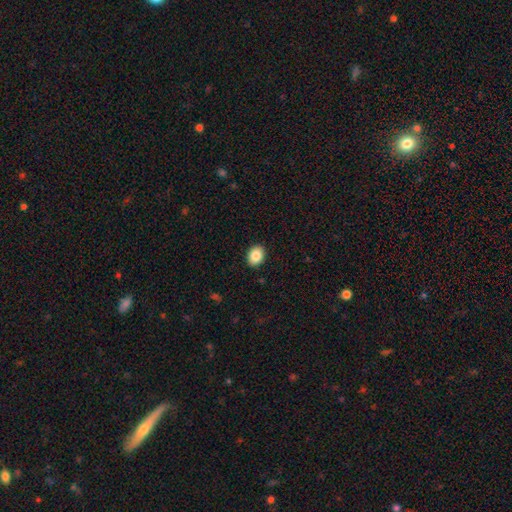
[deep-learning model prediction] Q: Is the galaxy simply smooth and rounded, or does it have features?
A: smooth — 87%.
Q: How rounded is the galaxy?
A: in between — 65%.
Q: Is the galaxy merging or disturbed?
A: none — 91%.